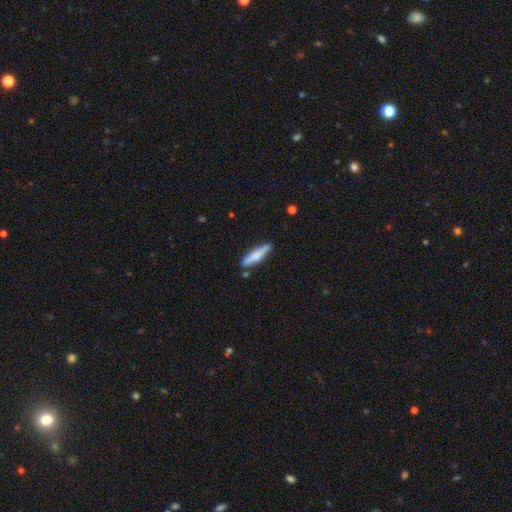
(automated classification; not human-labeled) This appears to be a smooth galaxy with no disk features (69%) that is cigar-shaped (86%). Merging: none (83%).